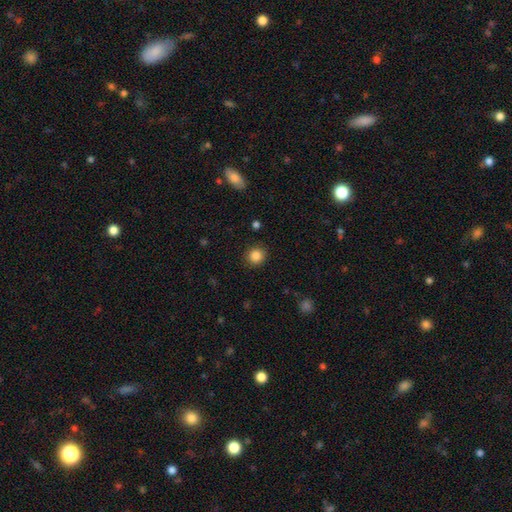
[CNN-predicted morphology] A smooth galaxy with no disk features (86%) that is round (90%). Merging: none (89%).